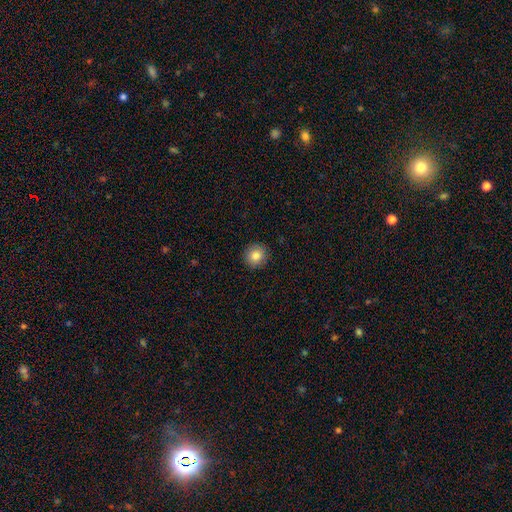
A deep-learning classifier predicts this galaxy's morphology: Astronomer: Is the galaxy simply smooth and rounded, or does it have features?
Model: smooth — 83%.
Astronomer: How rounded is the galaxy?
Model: round — 94%.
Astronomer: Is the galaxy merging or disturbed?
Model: none — 92%.